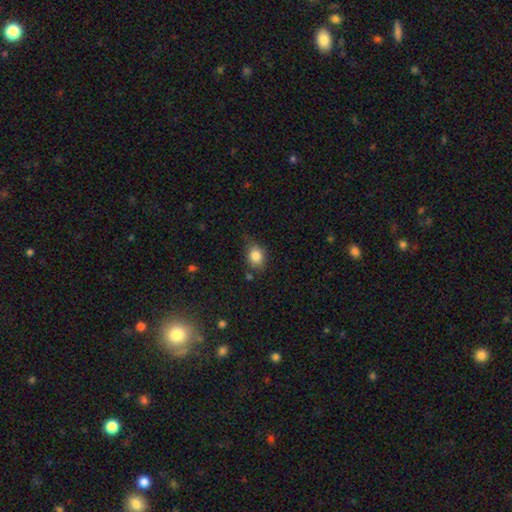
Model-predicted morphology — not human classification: smooth-or-featured: smooth: 84% | star or artifact: 10% | featured or disk: 7%
  how-rounded: in between: 52% | round: 47% | cigar-shaped: 1%
  merging: none: 68% | minor disturbance: 23% | major disturbance: 5% | merger: 4%